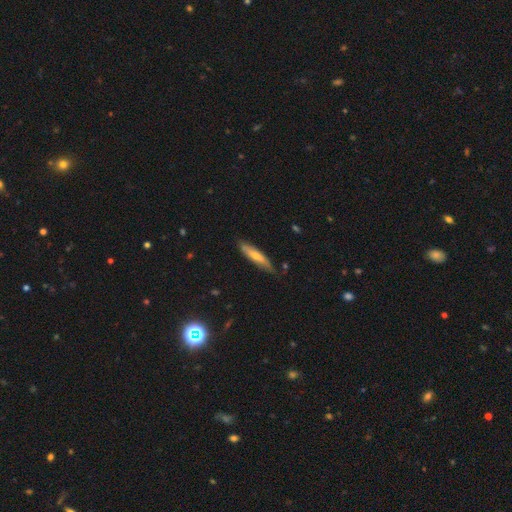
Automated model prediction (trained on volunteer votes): This appears to be a smooth galaxy with no disk features (62%) that is cigar-shaped (82%). Merging: none (74%).